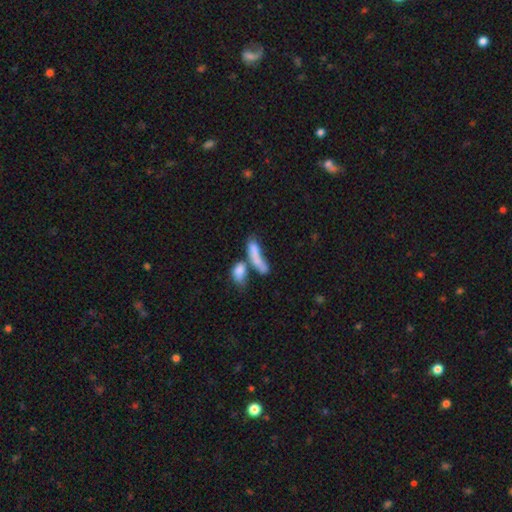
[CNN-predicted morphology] Q: Smooth or featured?
A: smooth (71%); runner-up: featured or disk (20%)
Q: How rounded?
A: in between (47%); runner-up: cigar-shaped (46%)
Q: Merging?
A: merger (54%); runner-up: none (23%)